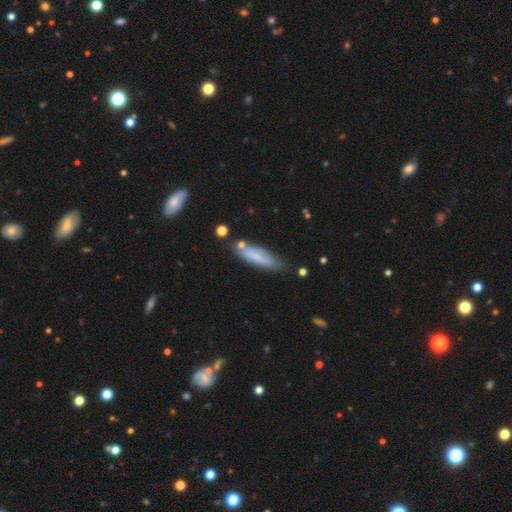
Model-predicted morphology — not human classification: smooth 69%, featured or disk 23%, star or artifact 7%. Down the decision tree: how rounded — cigar-shaped (65%); merging — none (68%).